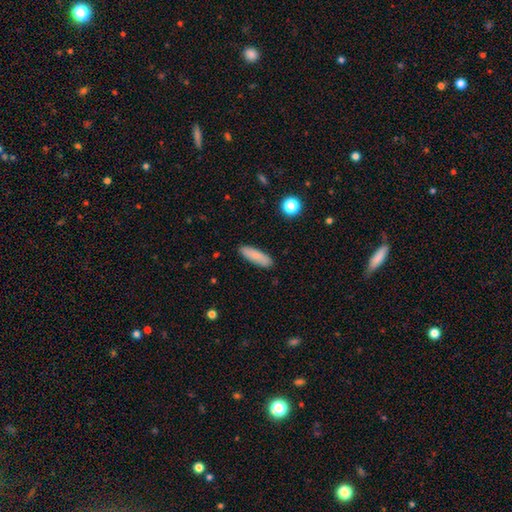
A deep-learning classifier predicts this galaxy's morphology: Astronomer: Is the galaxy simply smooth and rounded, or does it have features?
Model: smooth — 82%.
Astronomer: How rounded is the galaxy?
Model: cigar-shaped — 52% (runner-up: in between, 46%).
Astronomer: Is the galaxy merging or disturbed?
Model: none — 89%.